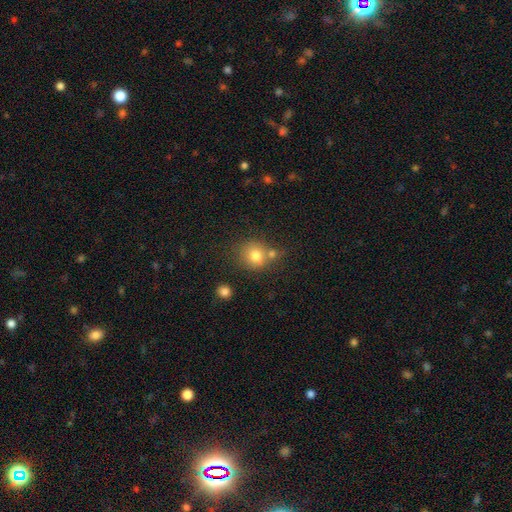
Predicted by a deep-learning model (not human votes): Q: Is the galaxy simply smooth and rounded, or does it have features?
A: smooth — 77%.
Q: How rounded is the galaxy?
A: round — 83%.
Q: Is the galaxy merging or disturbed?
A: none — 56%.